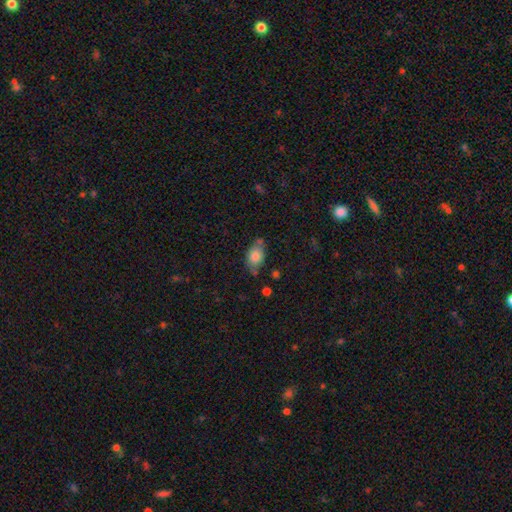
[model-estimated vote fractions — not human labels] Overall: smooth (79%). How rounded: in between (80%). Merging: none (55%; minor disturbance 26%).